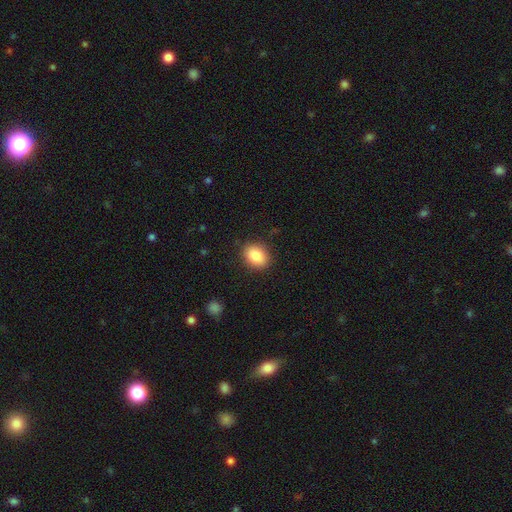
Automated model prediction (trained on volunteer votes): Smooth or featured?
  - smooth: 86% *
  - star or artifact: 8%
  - featured or disk: 6%
How rounded?
  - in between: 63% *
  - round: 36%
  - cigar-shaped: 1%
Merging?
  - none: 87% *
  - minor disturbance: 9%
  - major disturbance: 3%
  - merger: 1%